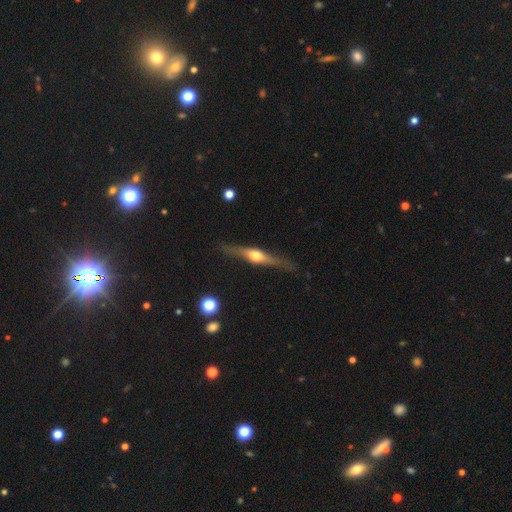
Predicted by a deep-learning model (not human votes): Smooth or featured: featured or disk — 71% (smooth — 23%)
Edge-on disk: yes — 95% (no — 5%)
Edge-on bulge: rounded — 93% (boxy — 4%)
Merging: none — 83% (minor disturbance — 12%)